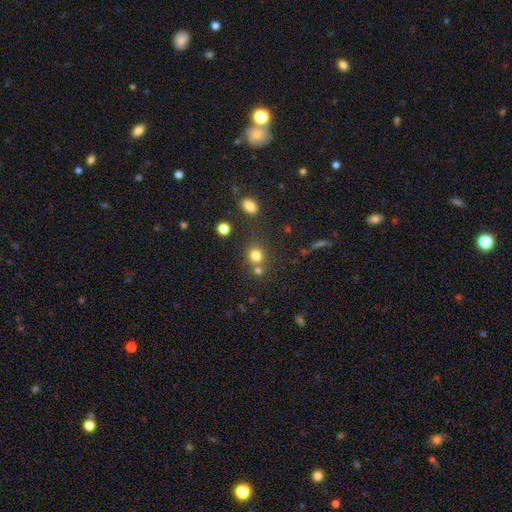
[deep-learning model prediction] A smooth galaxy with no disk features (77%) that is round (85%).

Vote fractions:
- Smooth or featured? smooth: 77% / star or artifact: 15% / featured or disk: 7%
- How rounded? round: 85% / in between: 14% / cigar-shaped: 1%
- Merging? none: 63% / merger: 25% / minor disturbance: 9% / major disturbance: 4%